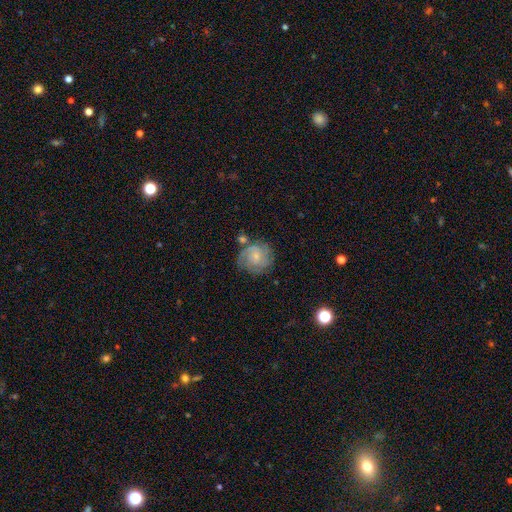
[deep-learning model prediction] This is likely a featured or disk galaxy (65%). It is clearly not viewed edge-on (98%). Bar: likely no (74%). Spiral arm pattern: clearly yes (90%). Spiral arm count: marginally can't tell (34%). Spiral winding: likely tight (61%). Central bulge: likely small (69%). Merging: likely none (66%).